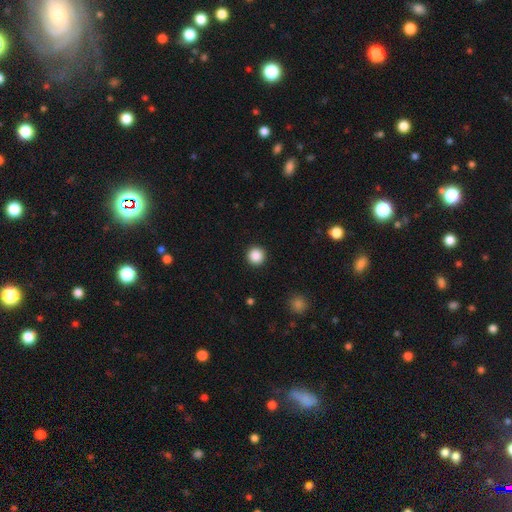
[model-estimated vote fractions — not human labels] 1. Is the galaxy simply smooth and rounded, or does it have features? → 88% smooth, 10% star or artifact, 3% featured or disk.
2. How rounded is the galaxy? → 96% round, 3% in between, 1% cigar-shaped.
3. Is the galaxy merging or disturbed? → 93% none, 4% minor disturbance, 2% major disturbance, 1% merger.